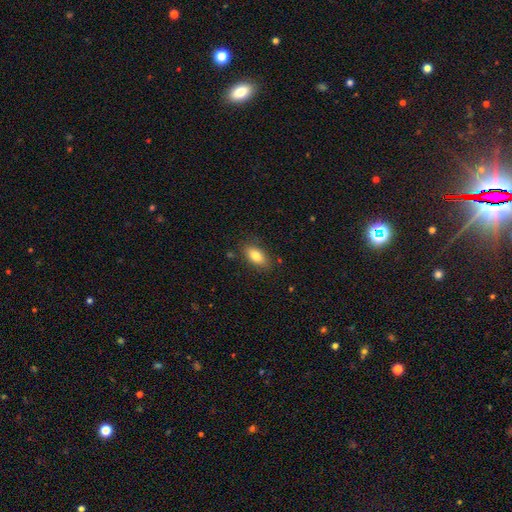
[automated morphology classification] Smooth or featured?
  - smooth: 82% *
  - featured or disk: 11%
  - star or artifact: 8%
How rounded?
  - in between: 88% *
  - cigar-shaped: 7%
  - round: 5%
Merging?
  - none: 82% *
  - minor disturbance: 13%
  - major disturbance: 3%
  - merger: 2%